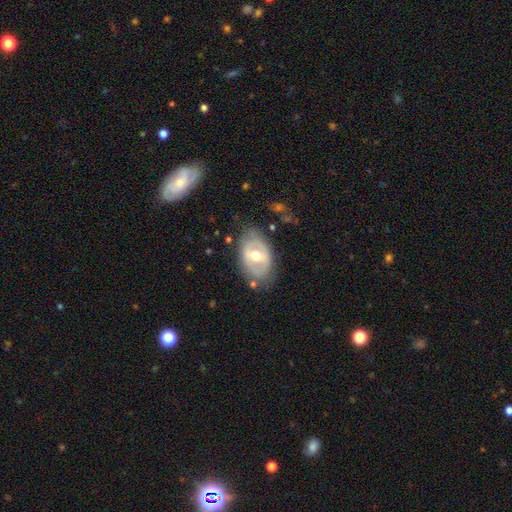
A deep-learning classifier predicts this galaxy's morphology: Overall: featured or disk (62%; smooth 32%). Edge-on disk: no (92%). Bar: no (39%; weak 36%). Spiral arms: no (75%). Bulge size: moderate (76%). Merging: none (71%).